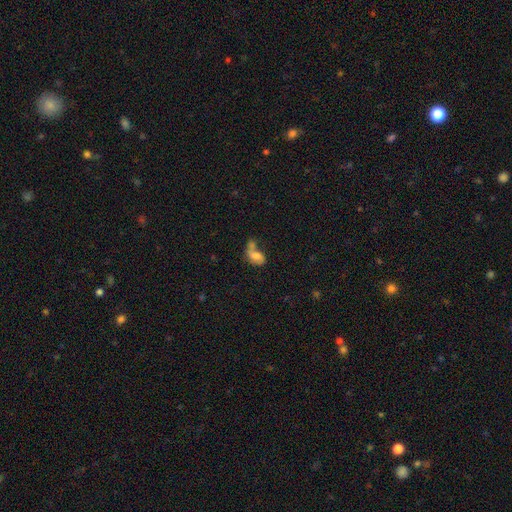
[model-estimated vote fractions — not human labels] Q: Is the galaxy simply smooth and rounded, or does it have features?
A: smooth — 62%.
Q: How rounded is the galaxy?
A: in between — 86%.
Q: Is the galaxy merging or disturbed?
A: merger — 47%.